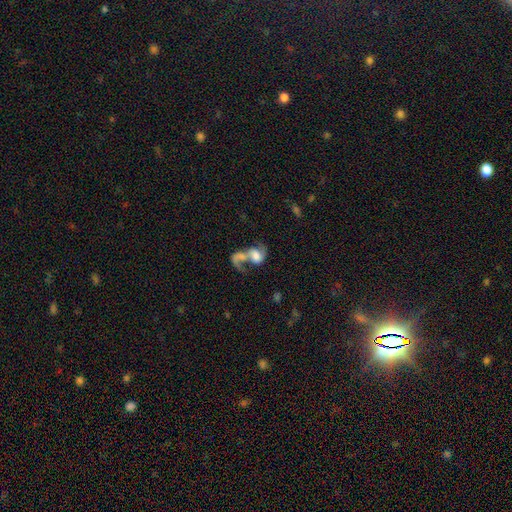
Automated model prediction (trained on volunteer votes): Overall: featured or disk (61%; smooth 29%). Edge-on disk: no (97%). Bar: no (61%; weak 29%). Spiral arms: yes (80%). Bulge size: large (38%; moderate 29%). Merging: merger (54%; major disturbance 21%).